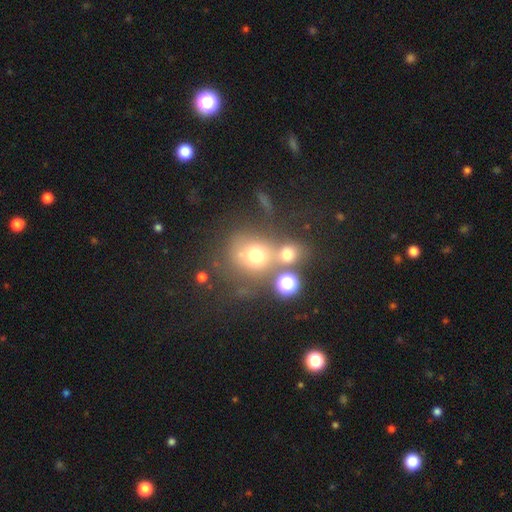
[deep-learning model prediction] smooth-or-featured: smooth: 63% | star or artifact: 20% | featured or disk: 17%
  how-rounded: round: 78% | in between: 21% | cigar-shaped: 1%
  merging: none: 41% | merger: 38% | minor disturbance: 12% | major disturbance: 9%